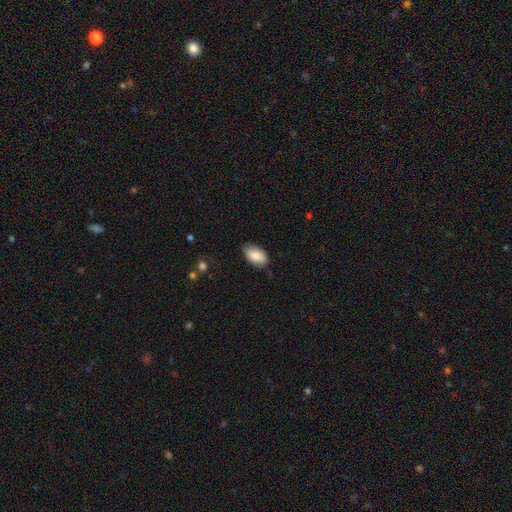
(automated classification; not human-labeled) This appears to be a smooth galaxy with no disk features (82%) that is in between round and cigar-shaped (94%). Merging: none (78%).